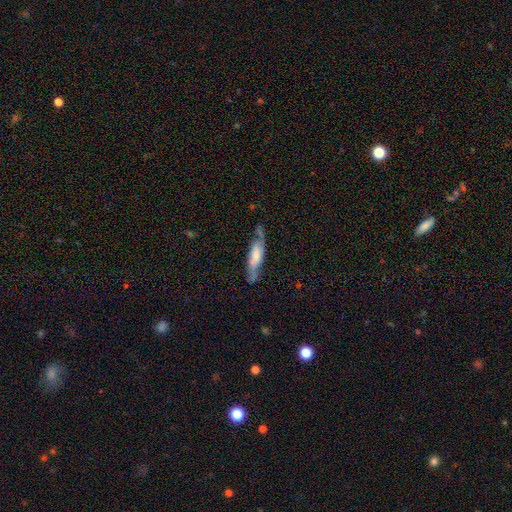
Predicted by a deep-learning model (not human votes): This appears to be a featured or disk galaxy (51%). Merging: none (62%).